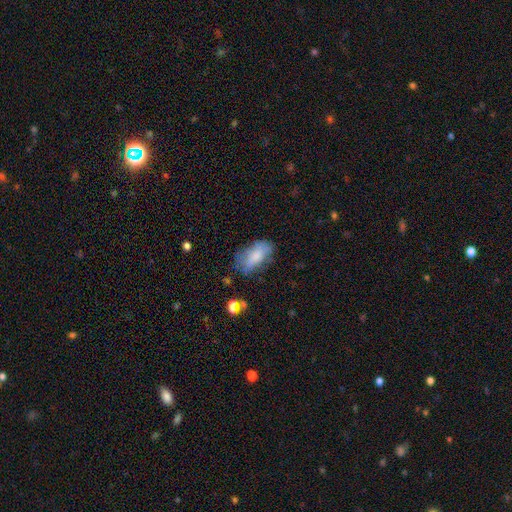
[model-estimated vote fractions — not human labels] Smooth or featured?
  - smooth: 72% *
  - featured or disk: 19%
  - star or artifact: 8%
How rounded?
  - in between: 90% *
  - cigar-shaped: 6%
  - round: 4%
Merging?
  - none: 57% *
  - minor disturbance: 27%
  - major disturbance: 12%
  - merger: 4%